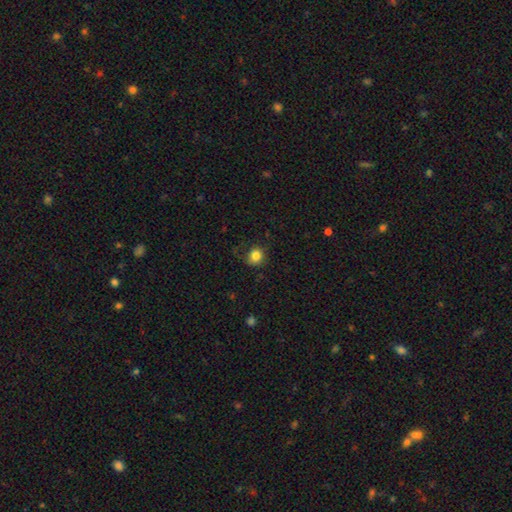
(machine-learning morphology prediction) Q: Smooth or featured?
A: smooth (84%); runner-up: star or artifact (11%)
Q: How rounded?
A: round (81%); runner-up: in between (18%)
Q: Merging?
A: none (74%); runner-up: minor disturbance (18%)